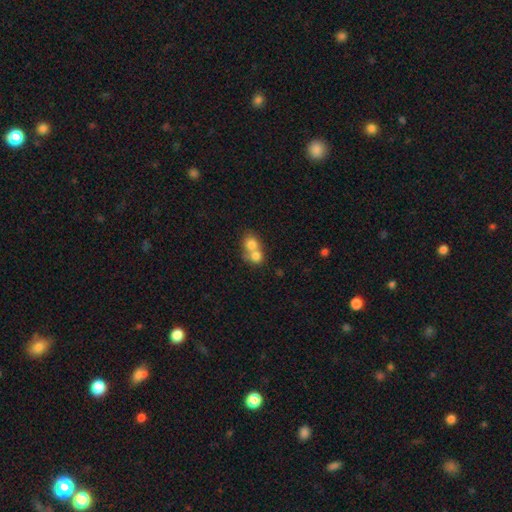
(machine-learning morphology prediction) smooth_or_featured: smooth (p=0.74) [alt: featured or disk p=0.16]
how_rounded: round (p=0.74) [alt: in between p=0.25]
merging: merger (p=0.69) [alt: none p=0.24]